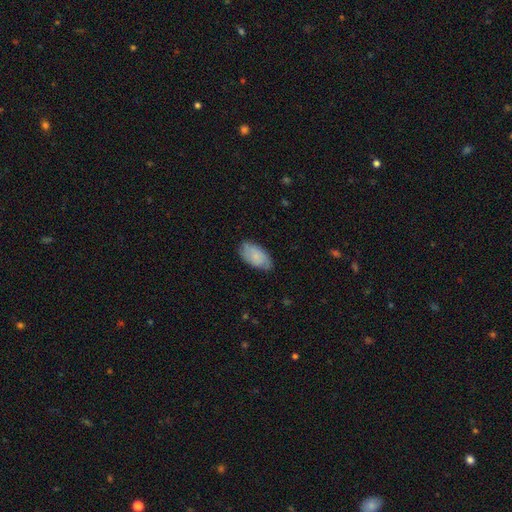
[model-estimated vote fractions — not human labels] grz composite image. It shows a smooth galaxy with no disk features (72%) that is in between round and cigar-shaped (94%). Merging: none (73%).